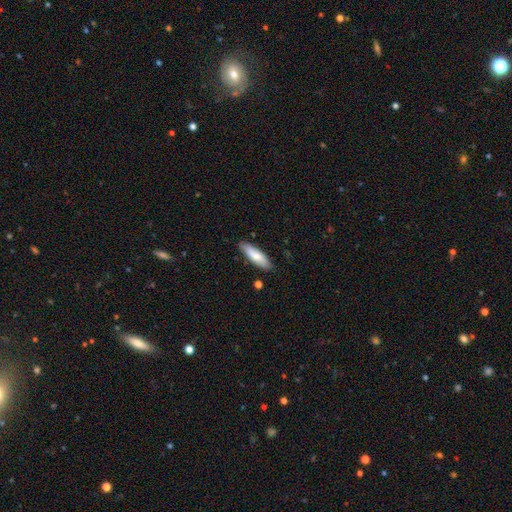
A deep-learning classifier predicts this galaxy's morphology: smooth 77%, featured or disk 17%, star or artifact 6%. Down the decision tree: how rounded — cigar-shaped (50%); merging — none (85%).